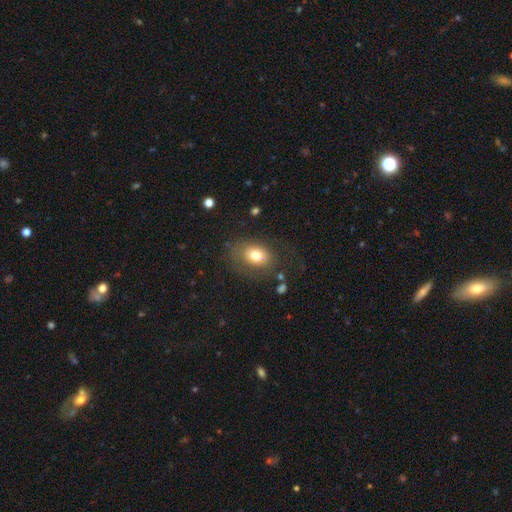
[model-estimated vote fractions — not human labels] Smooth or featured? Predicted: smooth (p=0.75). How rounded? Predicted: in between (p=0.73). Merging? Predicted: none (p=0.65).